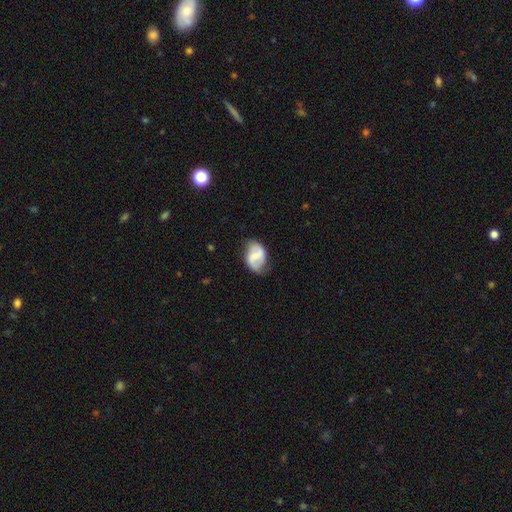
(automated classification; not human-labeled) This appears to be a featured or disk galaxy (60%) with a weak bar (48%), 2 (87%) loose (46%) spiral arms (86%) and a small central bulge (37%). Merging: none (68%).